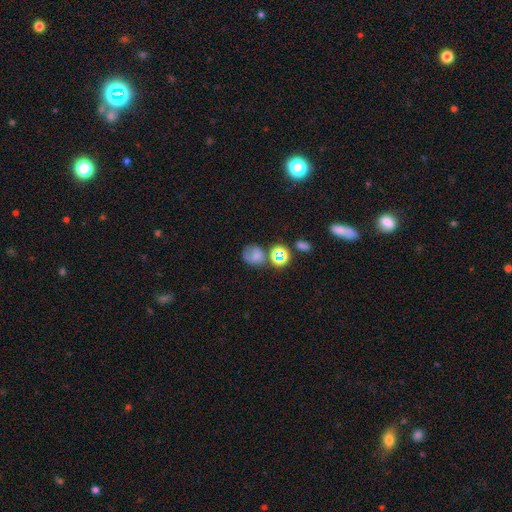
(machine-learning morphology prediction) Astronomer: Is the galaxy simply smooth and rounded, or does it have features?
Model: smooth — 62%.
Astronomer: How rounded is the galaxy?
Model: round — 66%.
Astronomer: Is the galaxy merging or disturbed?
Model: none — 50%.